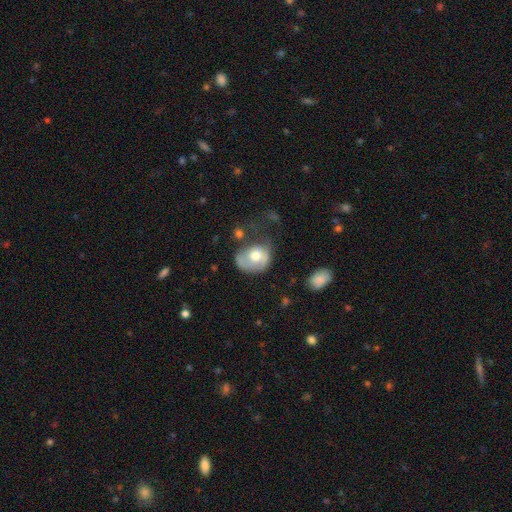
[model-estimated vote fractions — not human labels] Overall: smooth (59%; featured or disk 34%). How rounded: round (52%; in between 47%). Merging: major disturbance (32%; none 31%).